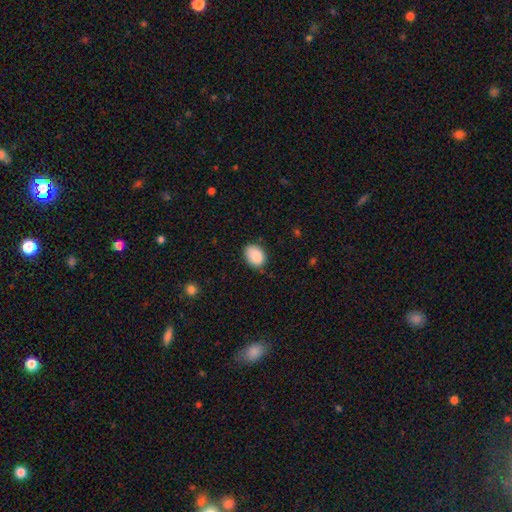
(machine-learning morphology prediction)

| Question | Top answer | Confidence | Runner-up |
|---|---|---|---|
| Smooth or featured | smooth | 89% | star or artifact (7%) |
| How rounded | in between | 71% | round (28%) |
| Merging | none | 78% | minor disturbance (18%) |